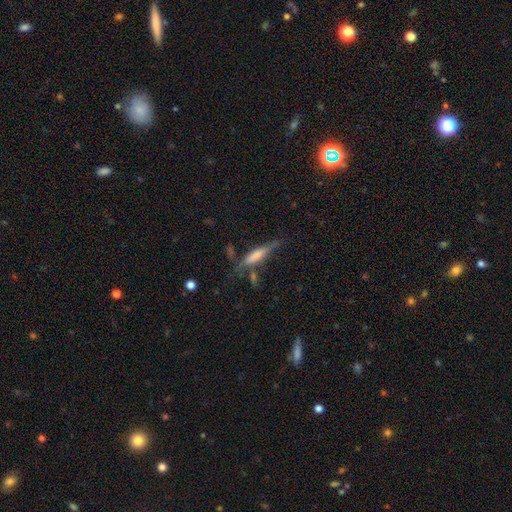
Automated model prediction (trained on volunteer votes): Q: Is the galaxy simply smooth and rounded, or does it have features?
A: smooth — 52%.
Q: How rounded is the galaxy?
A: cigar-shaped — 80%.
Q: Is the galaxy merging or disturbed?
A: none — 56%.